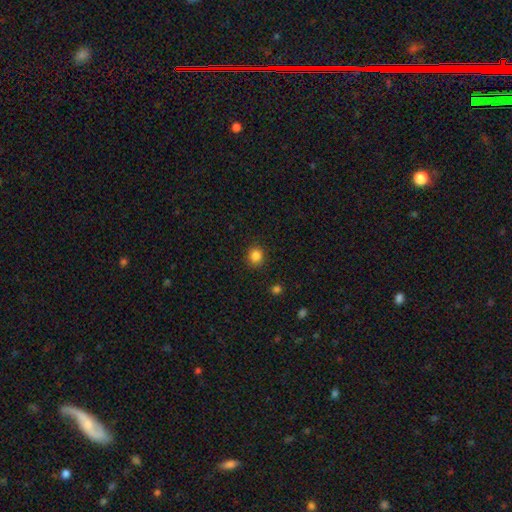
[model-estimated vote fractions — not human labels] The model was most divided on "how rounded": round: 85%, in between: 15%, cigar-shaped: 1%. More confident: merging — none (90%); smooth or featured — smooth (85%).